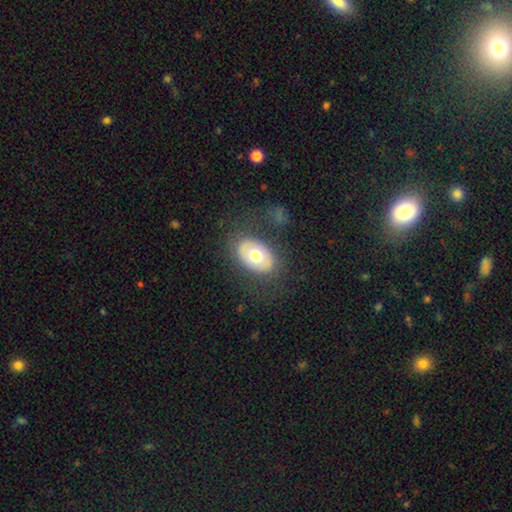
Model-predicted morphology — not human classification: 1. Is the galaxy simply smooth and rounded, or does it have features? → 61% smooth, 32% featured or disk, 7% star or artifact.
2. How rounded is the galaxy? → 84% in between, 15% round, 1% cigar-shaped.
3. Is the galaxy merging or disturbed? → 78% none, 13% minor disturbance, 8% major disturbance, 2% merger.